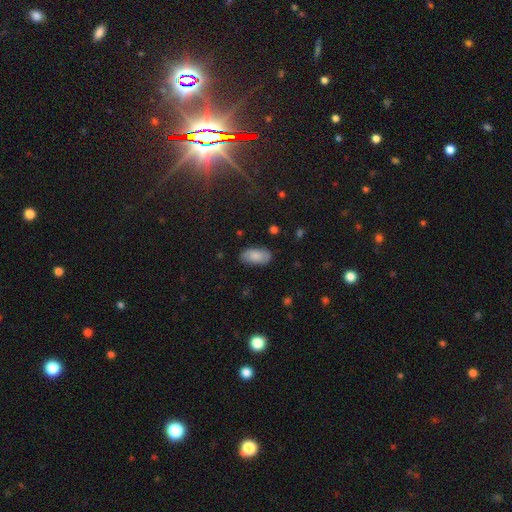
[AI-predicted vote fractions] Smooth or featured?
  - smooth: 80% *
  - featured or disk: 13%
  - star or artifact: 7%
How rounded?
  - in between: 94% *
  - cigar-shaped: 3%
  - round: 3%
Merging?
  - none: 82% *
  - minor disturbance: 13%
  - major disturbance: 3%
  - merger: 1%